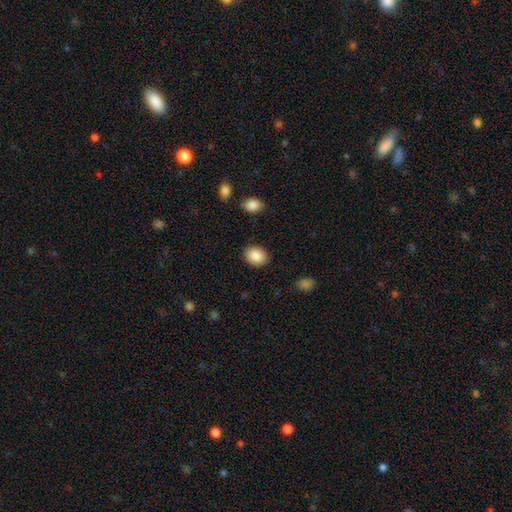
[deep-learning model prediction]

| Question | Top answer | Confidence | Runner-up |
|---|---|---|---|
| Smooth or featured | smooth | 87% | star or artifact (8%) |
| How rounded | in between | 55% | round (45%) |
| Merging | none | 88% | minor disturbance (8%) |